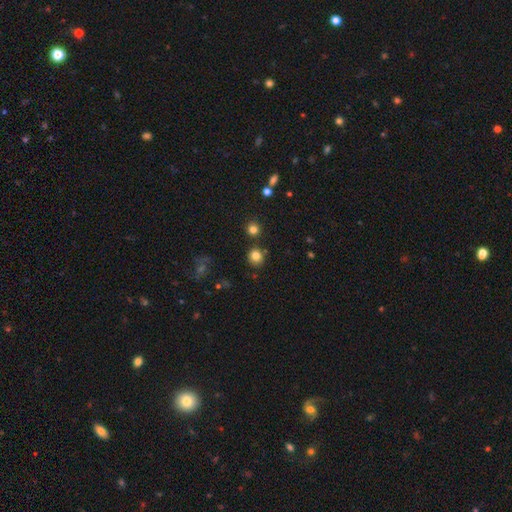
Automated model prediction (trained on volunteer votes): The model was most divided on "smooth or featured": smooth: 81%, star or artifact: 14%, featured or disk: 6%. More confident: how rounded — round (89%); merging — none (84%).